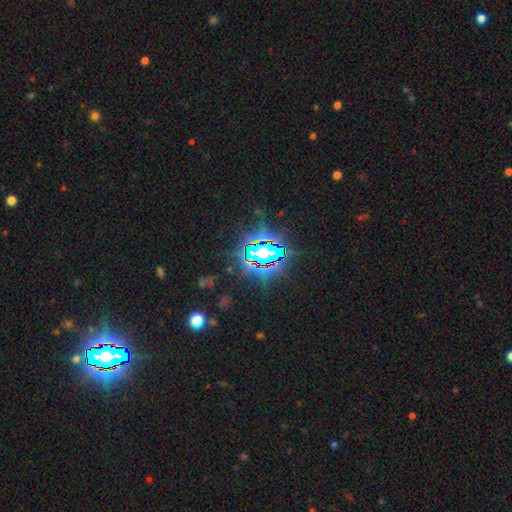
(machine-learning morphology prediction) star or artifact 84%, smooth 9%, featured or disk 7%.